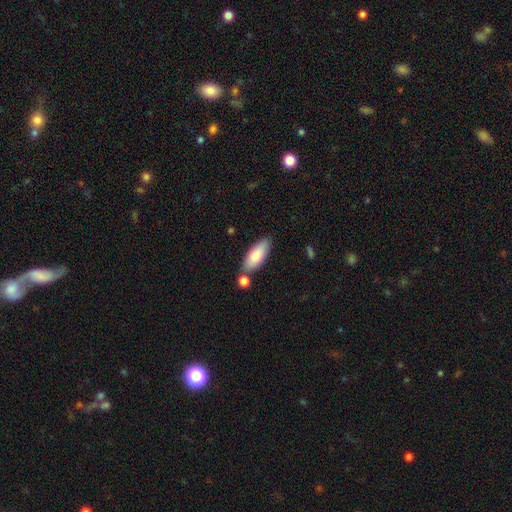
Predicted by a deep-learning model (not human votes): Smooth or featured: smooth — 77% (featured or disk — 17%)
How rounded: in between — 76% (cigar-shaped — 22%)
Merging: none — 71% (merger — 14%)